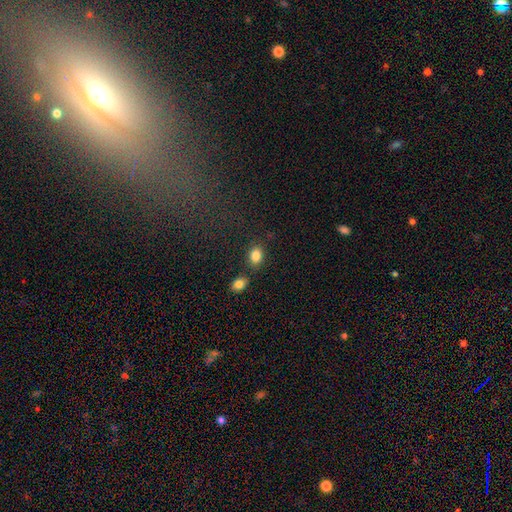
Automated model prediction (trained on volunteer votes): Overall: smooth (85%). How rounded: in between (65%; round 33%). Merging: none (72%).